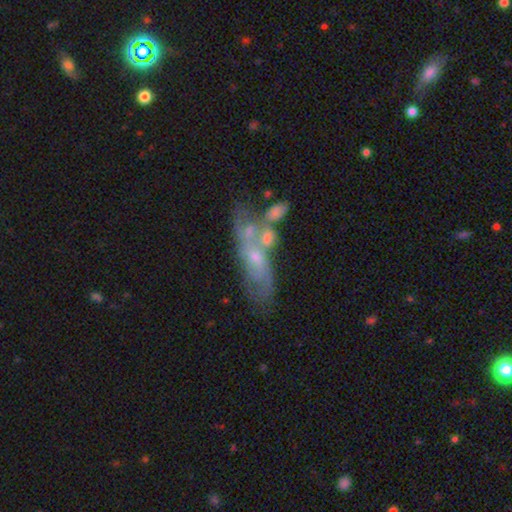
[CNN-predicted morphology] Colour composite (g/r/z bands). It shows a featured or disk galaxy (66%) with no bar (73%), spiral arms (53%) and a small central bulge (59%). Merging: none (43%).